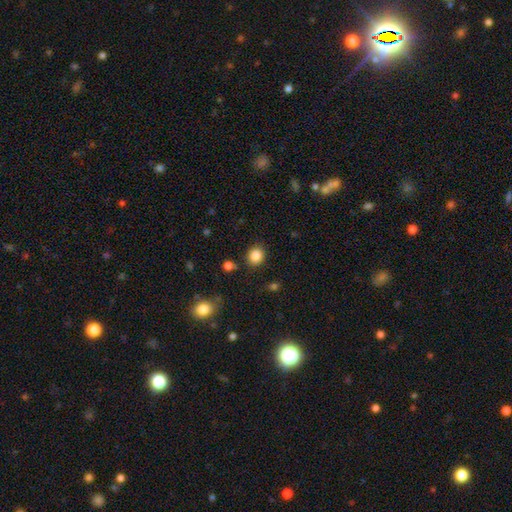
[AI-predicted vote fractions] Smooth or featured: smooth — 85% (star or artifact — 10%)
How rounded: round — 72% (in between — 27%)
Merging: none — 85% (minor disturbance — 10%)